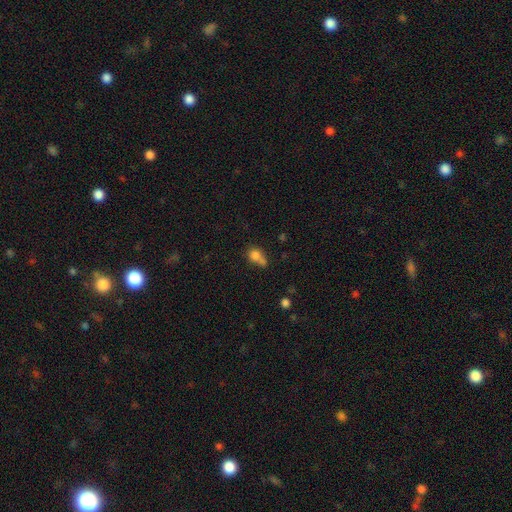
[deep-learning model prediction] Smooth or featured: smooth — 76% (star or artifact — 12%)
How rounded: round — 54% (in between — 43%)
Merging: merger — 42% (none — 30%)